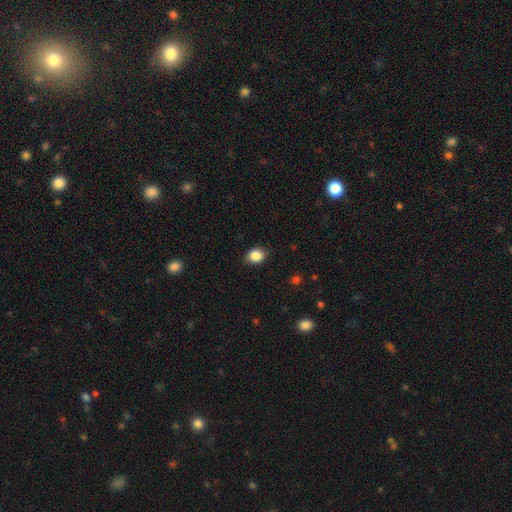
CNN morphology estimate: This appears to be a smooth galaxy with no disk features (87%) that is in between round and cigar-shaped (51%). Merging: none (84%).